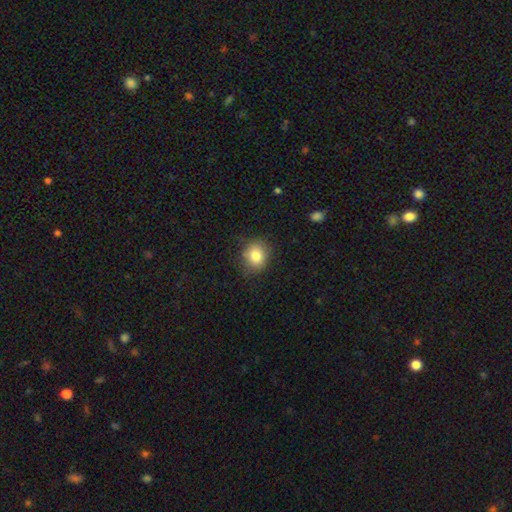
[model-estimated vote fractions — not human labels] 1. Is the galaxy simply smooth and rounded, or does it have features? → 82% smooth, 10% star or artifact, 8% featured or disk.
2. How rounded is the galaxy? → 76% round, 23% in between, 1% cigar-shaped.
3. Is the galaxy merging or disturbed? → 79% none, 16% minor disturbance, 4% major disturbance, 1% merger.